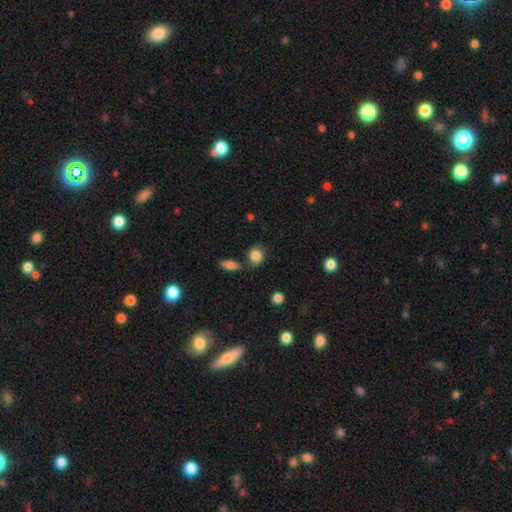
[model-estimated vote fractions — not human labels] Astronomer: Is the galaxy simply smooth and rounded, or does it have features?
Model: smooth — 85%.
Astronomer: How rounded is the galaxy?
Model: round — 73%.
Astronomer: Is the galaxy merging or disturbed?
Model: none — 71%.